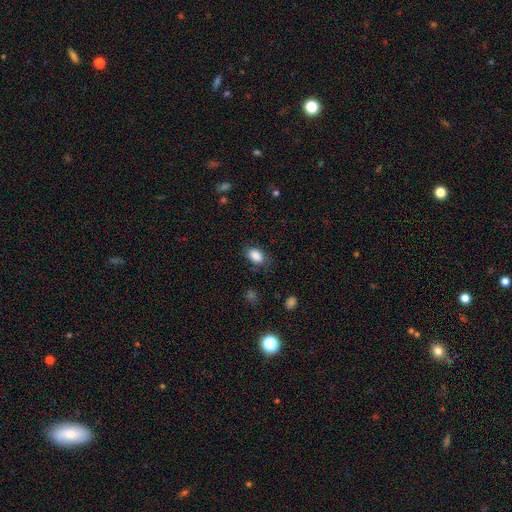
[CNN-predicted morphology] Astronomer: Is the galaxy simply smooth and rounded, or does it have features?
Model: smooth — 87%.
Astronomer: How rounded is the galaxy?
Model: in between — 87%.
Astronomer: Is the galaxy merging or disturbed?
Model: none — 75%.